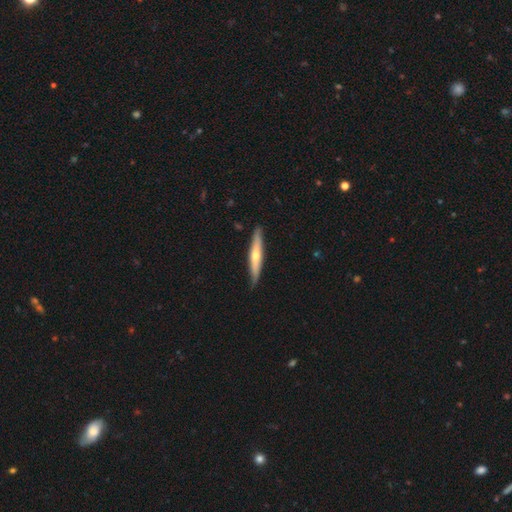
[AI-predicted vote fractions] smooth-or-featured: smooth: 48% | featured or disk: 47% | star or artifact: 5%
  merging: none: 85% | minor disturbance: 12% | major disturbance: 2% | merger: 1%